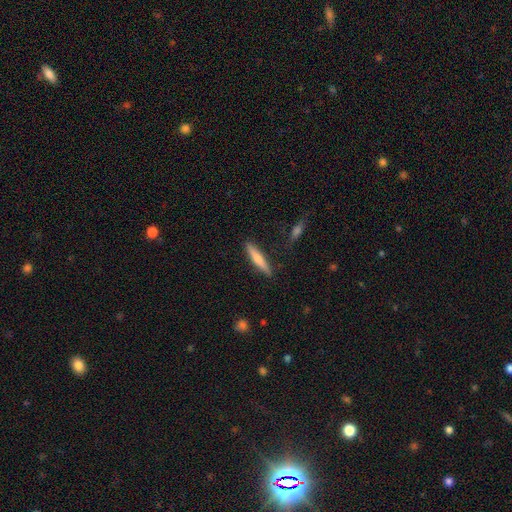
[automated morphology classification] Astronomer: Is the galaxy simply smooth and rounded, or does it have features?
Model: smooth — 57% (runner-up: featured or disk, 37%).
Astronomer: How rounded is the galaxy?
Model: cigar-shaped — 90%.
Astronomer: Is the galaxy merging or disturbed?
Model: none — 88%.